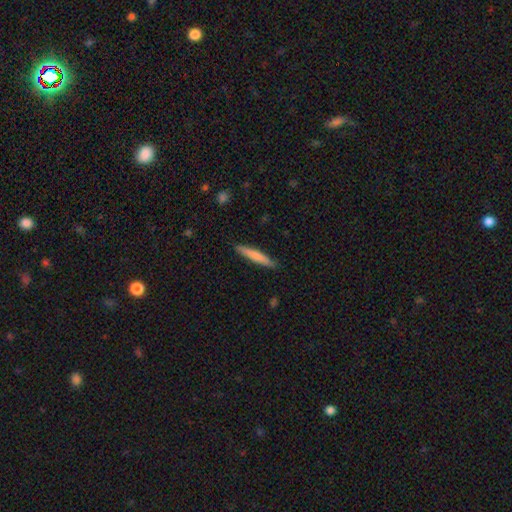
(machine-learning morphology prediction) Smooth or featured?
  - smooth: 73% *
  - featured or disk: 22%
  - star or artifact: 5%
How rounded?
  - cigar-shaped: 93% *
  - in between: 5%
  - round: 1%
Merging?
  - none: 89% *
  - minor disturbance: 8%
  - major disturbance: 2%
  - merger: 1%